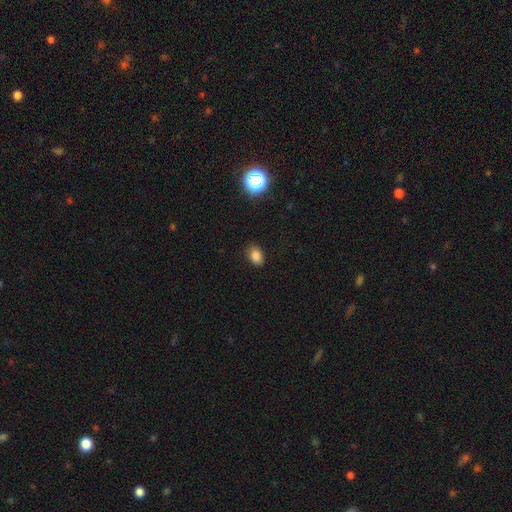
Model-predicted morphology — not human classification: The model was most divided on "how rounded": in between: 76%, round: 23%, cigar-shaped: 1%. More confident: merging — none (84%); smooth or featured — smooth (83%).